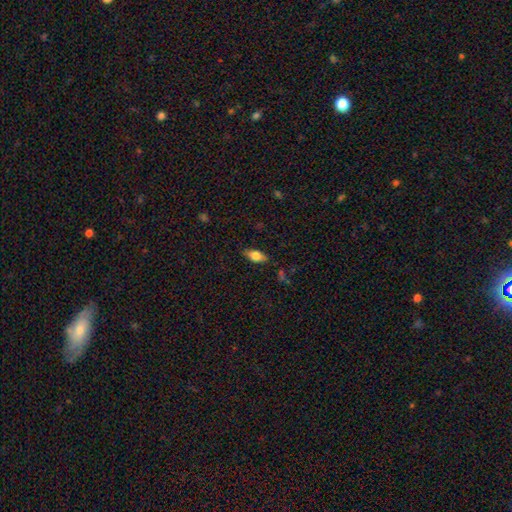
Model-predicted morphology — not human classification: Overall: smooth (74%). How rounded: in between (85%). Merging: none (84%).